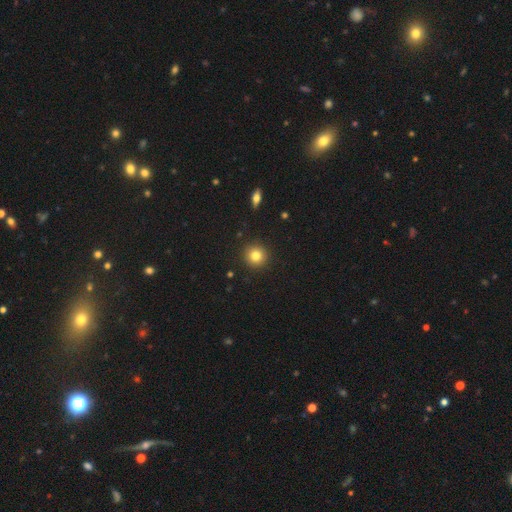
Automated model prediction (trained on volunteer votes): Smooth or featured?
  - smooth: 82% *
  - star or artifact: 11%
  - featured or disk: 7%
How rounded?
  - round: 94% *
  - in between: 5%
  - cigar-shaped: 1%
Merging?
  - none: 92% *
  - minor disturbance: 5%
  - major disturbance: 2%
  - merger: 1%